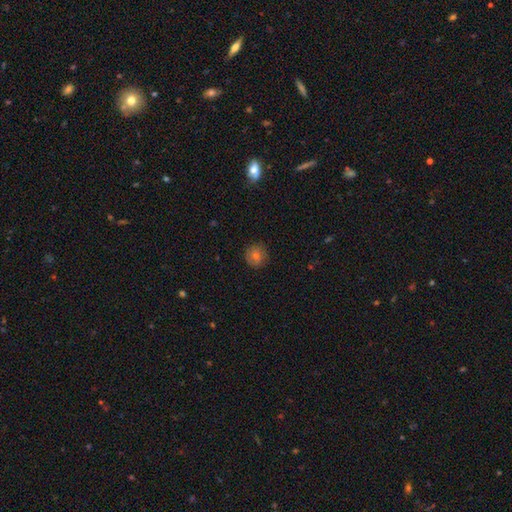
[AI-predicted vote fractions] This is likely a smooth galaxy (70%). How rounded: clearly round (92%). Merging: clearly none (89%).